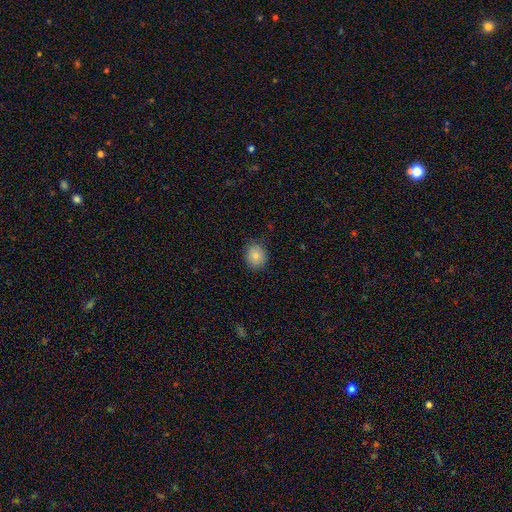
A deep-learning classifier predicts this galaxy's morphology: The model was most divided on "how rounded": round: 74%, in between: 25%, cigar-shaped: 1%. More confident: merging — none (87%); smooth or featured — smooth (85%).